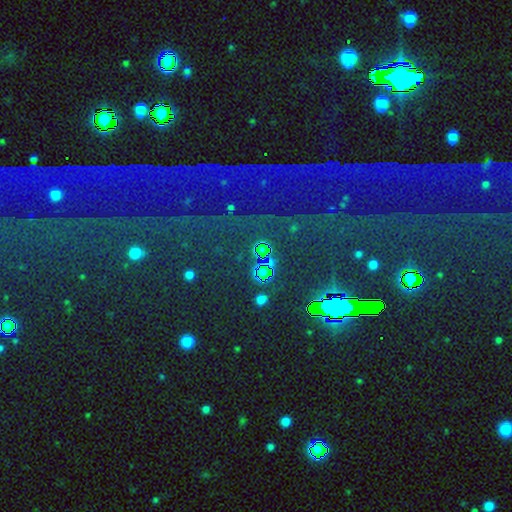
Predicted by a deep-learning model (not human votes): A star or artifact, not a galaxy (85%).